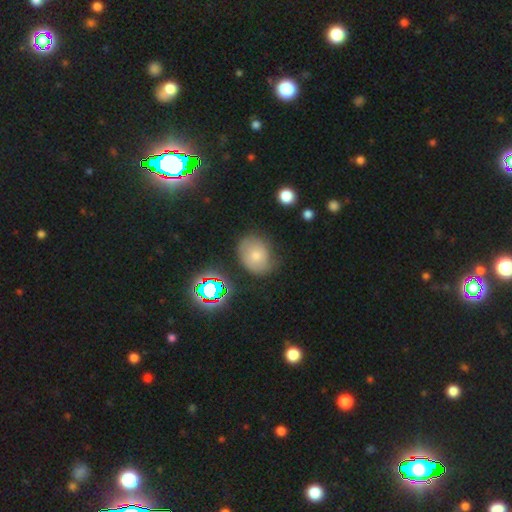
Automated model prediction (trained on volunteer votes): The model was most divided on "how rounded": in between: 57%, round: 42%, cigar-shaped: 1%. More confident: smooth or featured — smooth (66%); merging — none (64%).